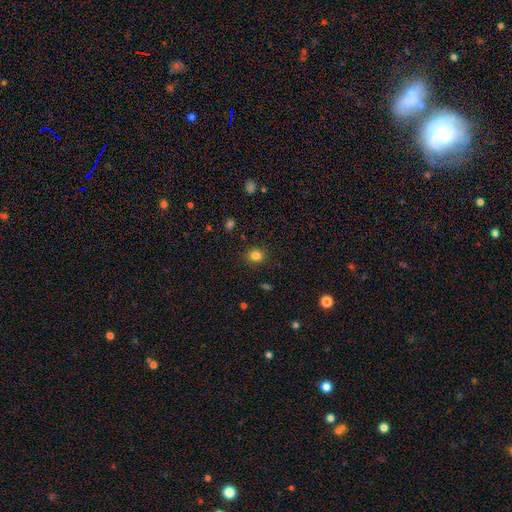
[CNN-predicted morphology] Q: Smooth or featured?
A: smooth (82%); runner-up: star or artifact (12%)
Q: How rounded?
A: round (72%); runner-up: in between (27%)
Q: Merging?
A: none (88%); runner-up: minor disturbance (8%)